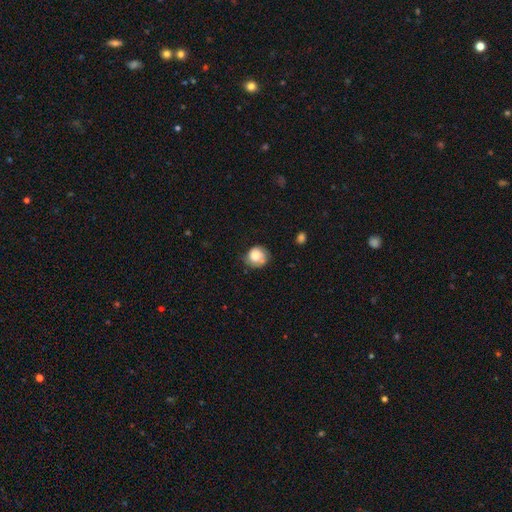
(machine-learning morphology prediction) The model was most divided on "merging": none: 56%, minor disturbance: 31%, major disturbance: 10%, merger: 3%. More confident: how rounded — round (79%); smooth or featured — smooth (73%).